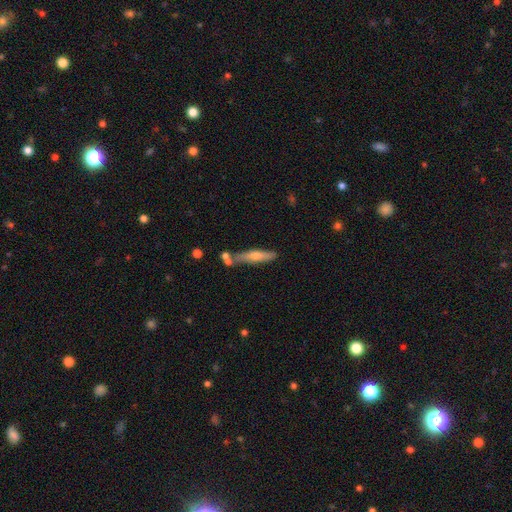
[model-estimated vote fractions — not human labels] Morphology: type=featured or disk (48%); merging=none (71%).